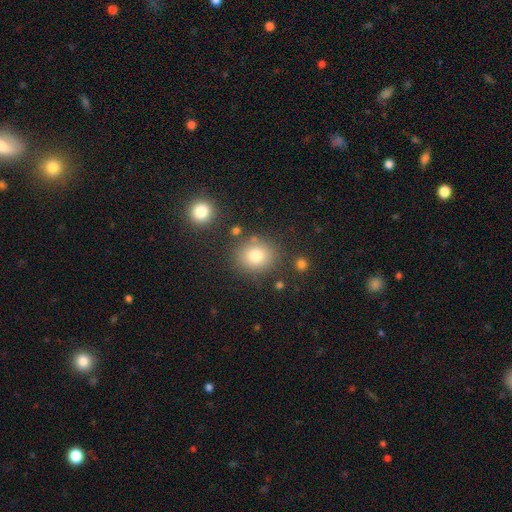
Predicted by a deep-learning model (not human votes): A smooth galaxy with no disk features (78%) that is round (74%).

Vote fractions:
- Smooth or featured? smooth: 78% / star or artifact: 13% / featured or disk: 9%
- How rounded? round: 74% / in between: 25% / cigar-shaped: 1%
- Merging? none: 81% / minor disturbance: 10% / merger: 6% / major disturbance: 4%